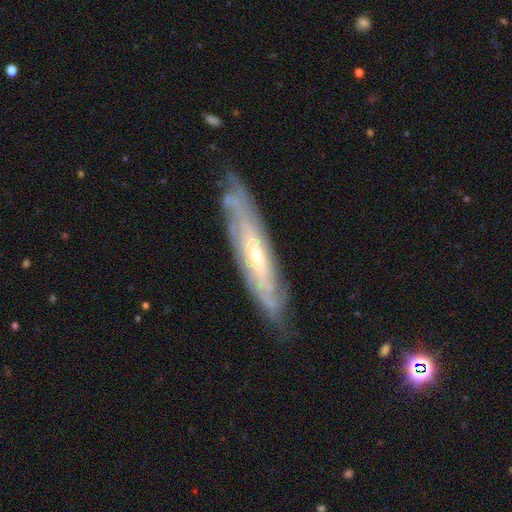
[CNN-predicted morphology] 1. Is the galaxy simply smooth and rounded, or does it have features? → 81% featured or disk, 12% smooth, 6% star or artifact.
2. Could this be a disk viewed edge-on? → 65% no, 35% yes.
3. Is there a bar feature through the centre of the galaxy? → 57% no, 30% weak, 13% strong.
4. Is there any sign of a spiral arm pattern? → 91% yes, 9% no.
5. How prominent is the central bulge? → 68% small, 29% moderate, 1% large, 1% none, 1% dominant.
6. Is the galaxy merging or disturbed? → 78% none, 17% minor disturbance, 4% major disturbance, 2% merger.